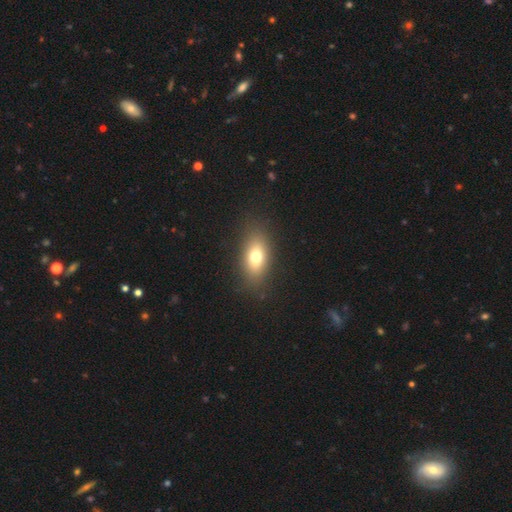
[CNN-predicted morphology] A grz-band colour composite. It shows a smooth galaxy with no disk features (72%) that is in between round and cigar-shaped (81%). Merging: none (86%).